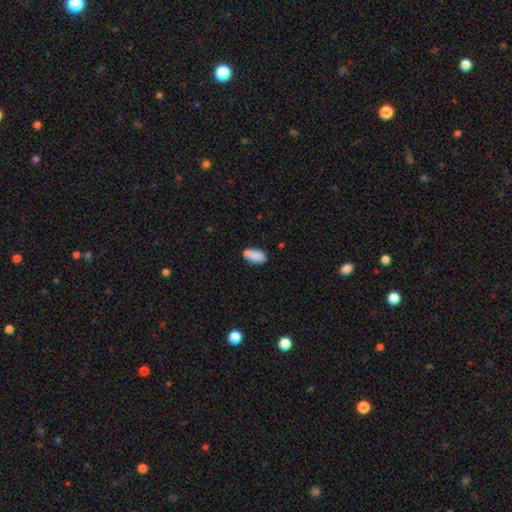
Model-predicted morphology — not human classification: smooth 83%, featured or disk 9%, star or artifact 8%. Down the decision tree: how rounded — in between (92%); merging — none (57%).